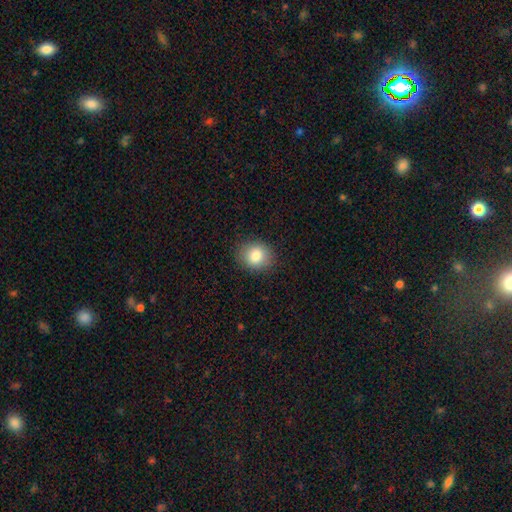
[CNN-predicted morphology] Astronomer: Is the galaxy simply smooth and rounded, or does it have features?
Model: smooth — 84%.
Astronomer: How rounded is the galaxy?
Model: round — 66%.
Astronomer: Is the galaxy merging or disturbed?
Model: none — 88%.